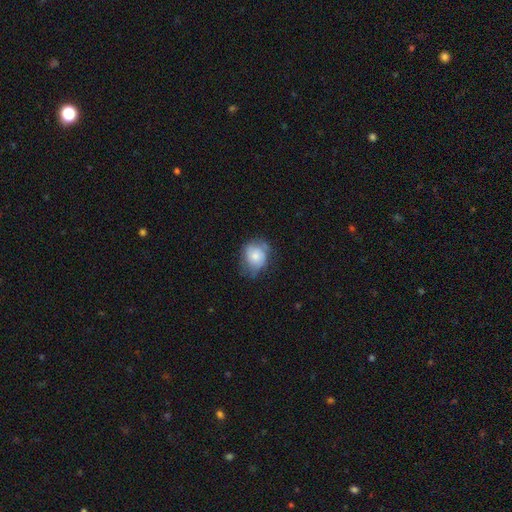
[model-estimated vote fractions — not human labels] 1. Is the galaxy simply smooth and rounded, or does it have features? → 64% smooth, 28% featured or disk, 8% star or artifact.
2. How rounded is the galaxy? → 62% round, 37% in between, 1% cigar-shaped.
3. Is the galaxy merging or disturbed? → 51% none, 34% minor disturbance, 14% major disturbance, 2% merger.